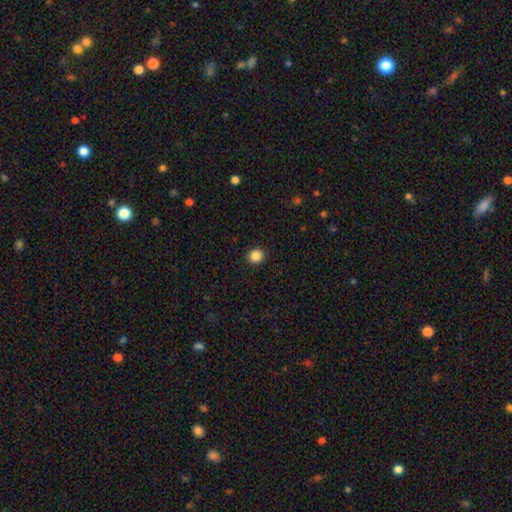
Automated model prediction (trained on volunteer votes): Smooth or featured?
  - smooth: 86% *
  - star or artifact: 11%
  - featured or disk: 3%
How rounded?
  - round: 90% *
  - in between: 9%
  - cigar-shaped: 1%
Merging?
  - none: 93% *
  - minor disturbance: 4%
  - major disturbance: 2%
  - merger: 1%